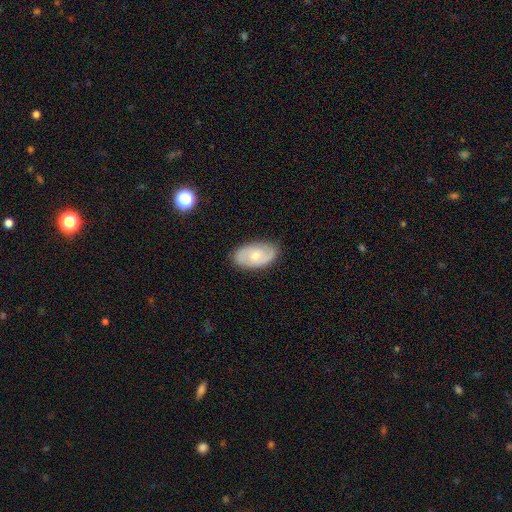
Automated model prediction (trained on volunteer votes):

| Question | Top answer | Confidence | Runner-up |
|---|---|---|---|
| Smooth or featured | featured or disk | 54% | smooth (40%) |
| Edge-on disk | no | 94% | yes (6%) |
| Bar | no | 65% | weak (30%) |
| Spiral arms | yes | 80% | no (20%) |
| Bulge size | moderate | 49% | small (45%) |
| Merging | none | 83% | minor disturbance (13%) |